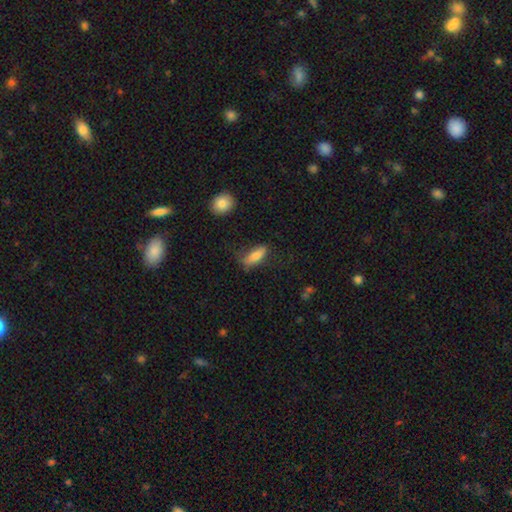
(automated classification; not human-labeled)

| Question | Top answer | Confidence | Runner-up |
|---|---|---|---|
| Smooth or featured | smooth | 75% | featured or disk (17%) |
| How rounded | in between | 75% | cigar-shaped (22%) |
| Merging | none | 50% | minor disturbance (30%) |